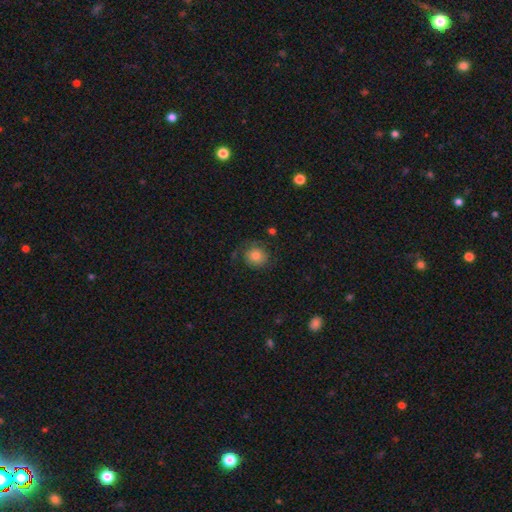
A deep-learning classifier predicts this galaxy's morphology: Smooth or featured? smooth (78%)
How rounded? round (85%)
Merging? none (73%)